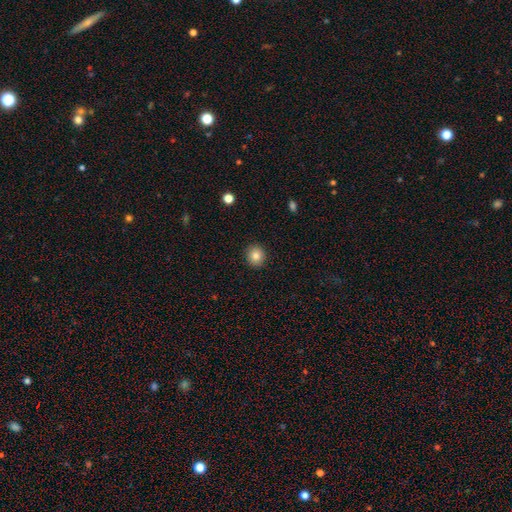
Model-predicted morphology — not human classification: Smooth or featured: smooth — 84% (star or artifact — 10%)
How rounded: round — 87% (in between — 12%)
Merging: none — 92% (minor disturbance — 6%)